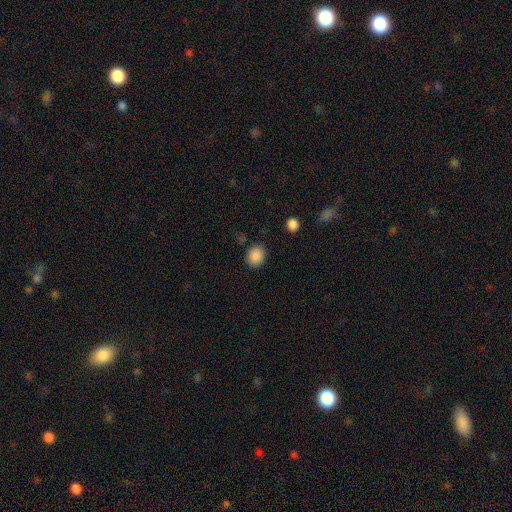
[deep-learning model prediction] A smooth galaxy with no disk features (88%) that is round (62%). Merging: none (86%).